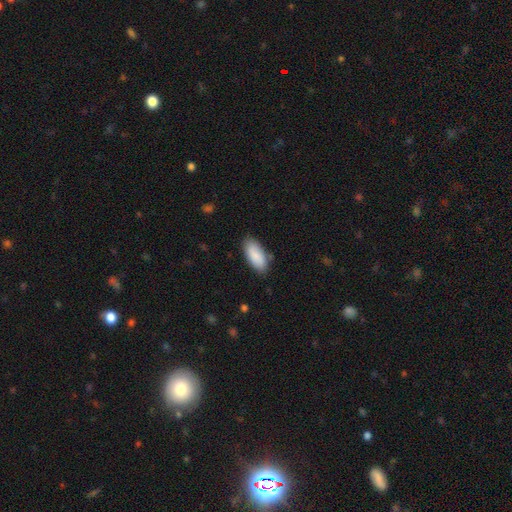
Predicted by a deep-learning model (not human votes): smooth-or-featured: smooth: 87% | featured or disk: 8% | star or artifact: 6%
  how-rounded: in between: 89% | cigar-shaped: 9% | round: 2%
  merging: none: 81% | minor disturbance: 14% | major disturbance: 3% | merger: 2%